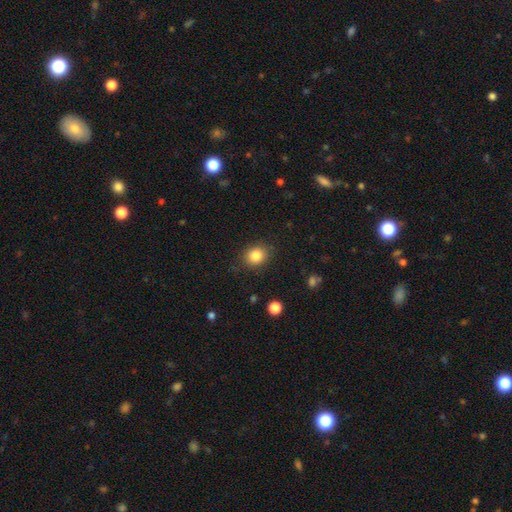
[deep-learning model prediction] Overall: smooth (84%). How rounded: round (66%; in between 33%). Merging: none (85%).